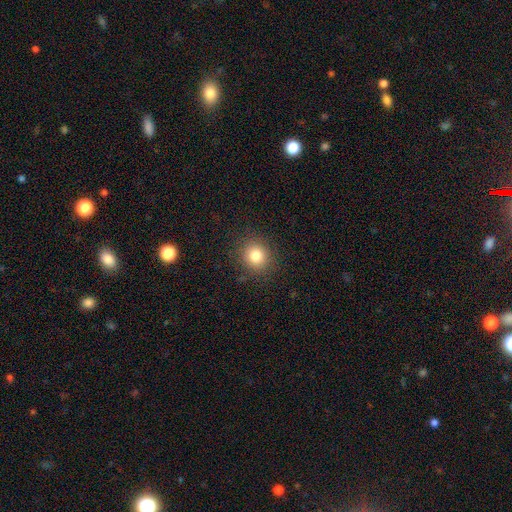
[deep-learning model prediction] A smooth galaxy with no disk features (81%) that is round (87%). Merging: none (89%).